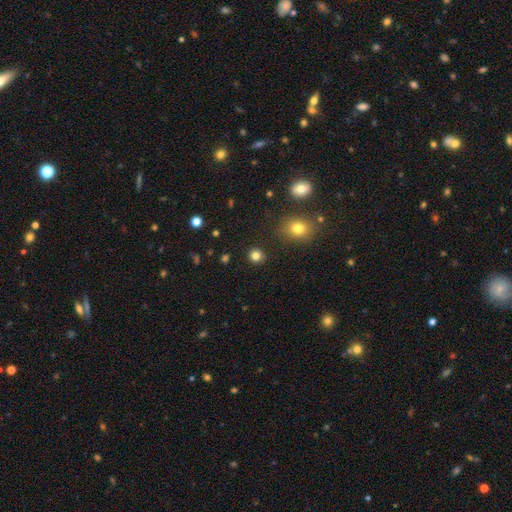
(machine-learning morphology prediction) Smooth or featured: smooth — 82% (star or artifact — 13%)
How rounded: round — 89% (in between — 10%)
Merging: none — 90% (minor disturbance — 6%)